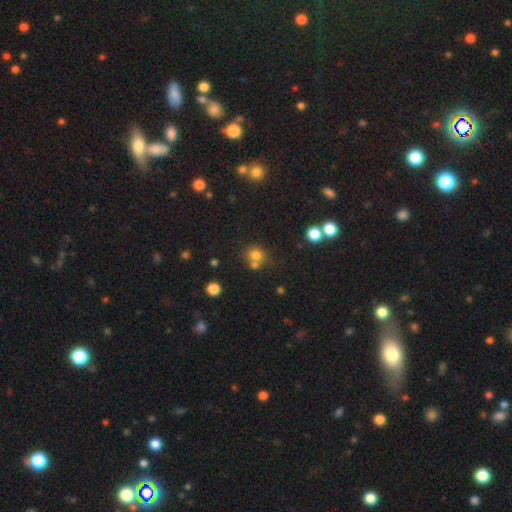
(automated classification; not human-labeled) Overall: smooth (75%). How rounded: round (76%). Merging: none (52%; merger 34%).